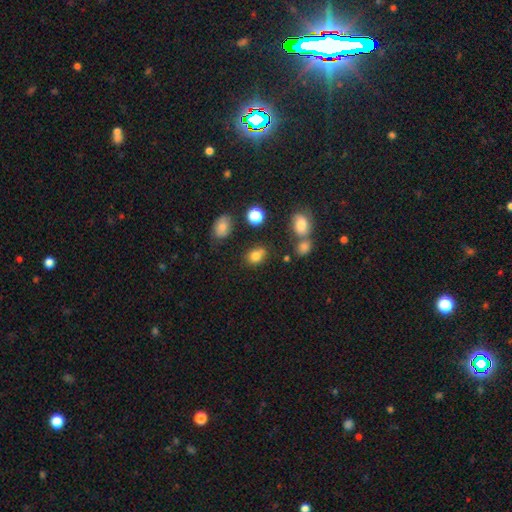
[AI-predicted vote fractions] The model was most divided on "how rounded": in between: 63%, round: 35%, cigar-shaped: 2%. More confident: smooth or featured — smooth (79%); merging — none (64%).